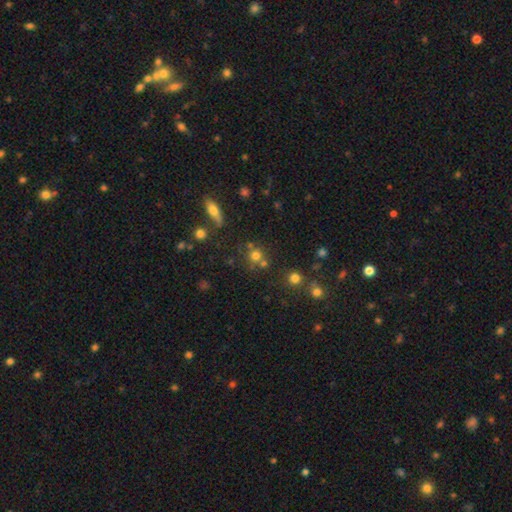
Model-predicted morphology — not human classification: A smooth galaxy with no disk features (69%) that is round (89%). Merging: none (63%).